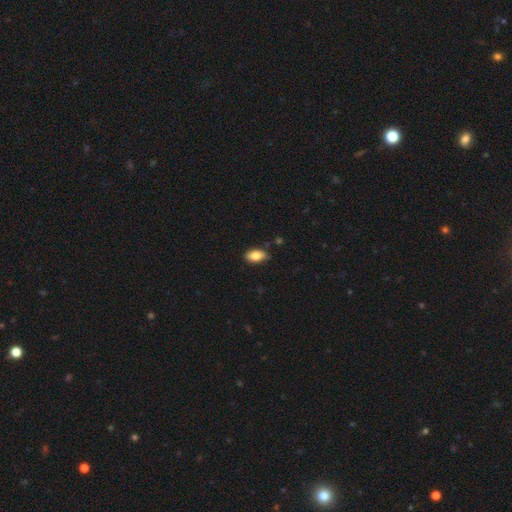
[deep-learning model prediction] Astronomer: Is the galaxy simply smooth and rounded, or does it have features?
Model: smooth — 82%.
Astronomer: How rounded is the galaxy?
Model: in between — 91%.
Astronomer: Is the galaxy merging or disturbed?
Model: none — 84%.